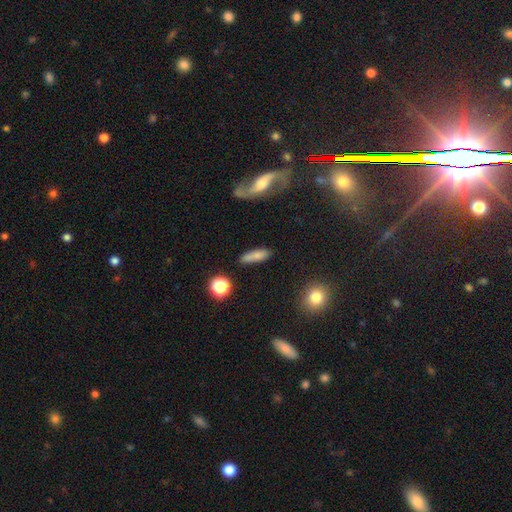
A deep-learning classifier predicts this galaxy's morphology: Smooth or featured? smooth (74%)
How rounded? cigar-shaped (50%)
Merging? none (72%)